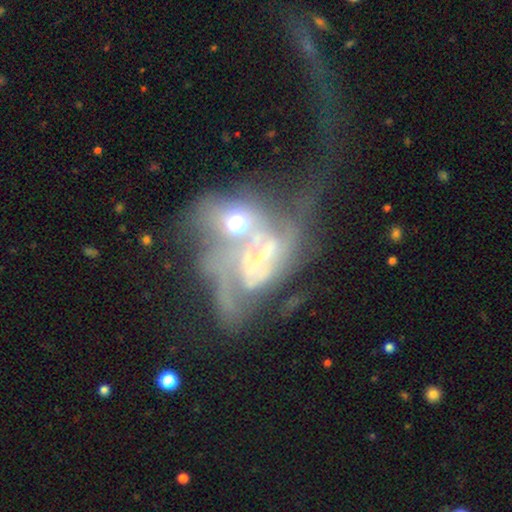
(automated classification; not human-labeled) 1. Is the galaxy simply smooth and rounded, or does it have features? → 68% featured or disk, 17% smooth, 15% star or artifact.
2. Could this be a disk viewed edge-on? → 94% no, 6% yes.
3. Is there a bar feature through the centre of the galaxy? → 57% no, 25% weak, 18% strong.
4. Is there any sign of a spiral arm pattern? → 62% yes, 38% no.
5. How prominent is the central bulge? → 33% moderate, 26% none, 25% small, 11% large, 5% dominant.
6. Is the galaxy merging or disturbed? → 51% merger, 30% major disturbance, 11% none, 7% minor disturbance.